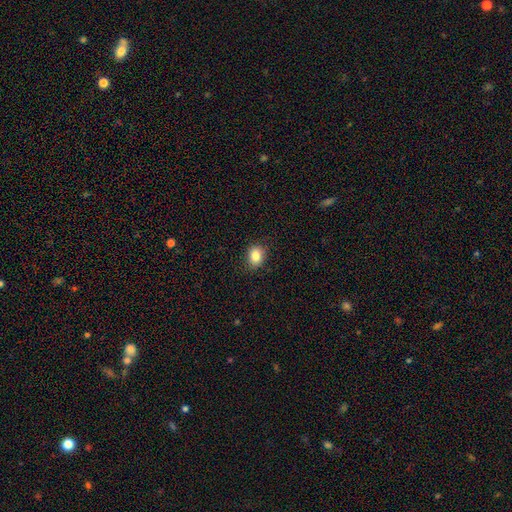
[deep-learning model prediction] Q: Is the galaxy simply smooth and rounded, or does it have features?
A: smooth — 84%.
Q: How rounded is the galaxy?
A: round — 51%.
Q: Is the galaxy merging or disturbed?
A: none — 86%.